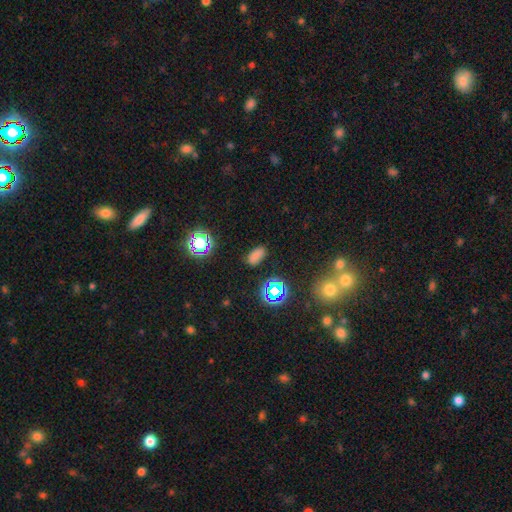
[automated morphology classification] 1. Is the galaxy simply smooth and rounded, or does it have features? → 69% smooth, 24% star or artifact, 7% featured or disk.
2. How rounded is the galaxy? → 90% in between, 7% round, 4% cigar-shaped.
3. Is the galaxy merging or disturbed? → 84% none, 11% minor disturbance, 3% major disturbance, 2% merger.